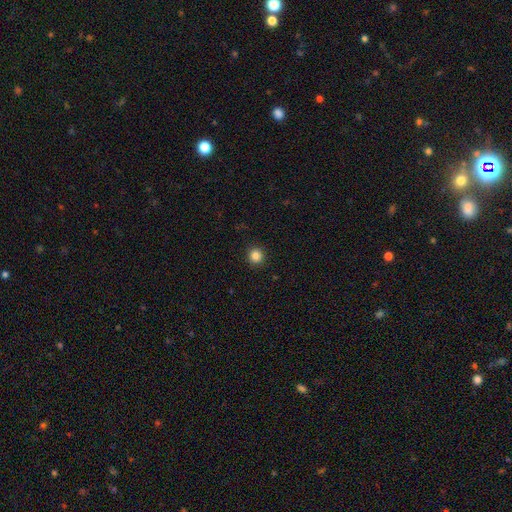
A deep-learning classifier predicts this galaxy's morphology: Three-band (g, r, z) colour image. It shows a smooth galaxy with no disk features (84%) that is round (94%). Merging: none (93%).